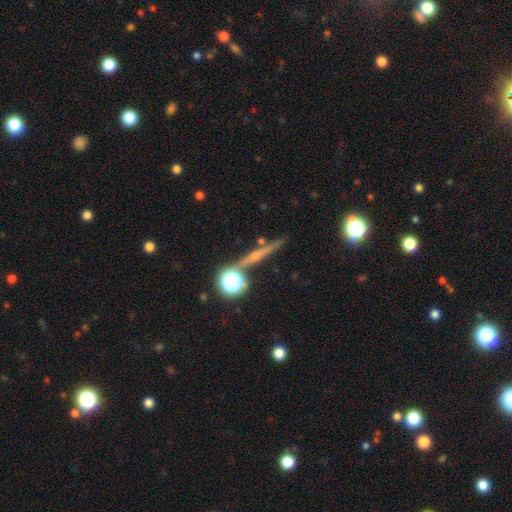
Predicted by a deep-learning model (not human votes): Smooth or featured?
  - featured or disk: 62% *
  - smooth: 22%
  - star or artifact: 16%
Edge-on disk?
  - yes: 94% *
  - no: 6%
Edge-on bulge?
  - rounded: 61% *
  - none: 30%
  - boxy: 8%
Merging?
  - none: 82% *
  - minor disturbance: 10%
  - merger: 5%
  - major disturbance: 3%